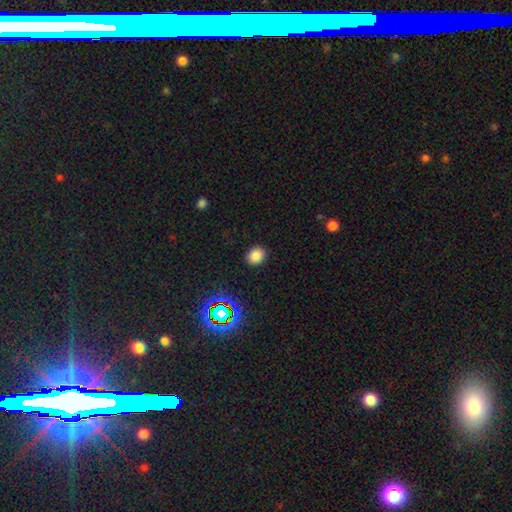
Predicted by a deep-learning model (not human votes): Q: Smooth or featured?
A: smooth (81%); runner-up: star or artifact (15%)
Q: How rounded?
A: round (70%); runner-up: in between (30%)
Q: Merging?
A: none (90%); runner-up: minor disturbance (7%)